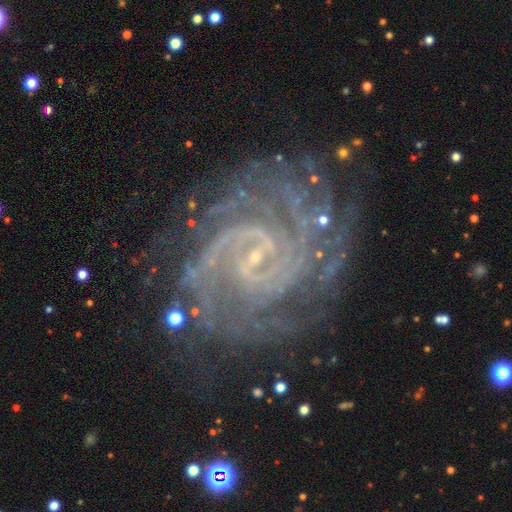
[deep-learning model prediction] This appears to be a featured or disk galaxy (90%) with a weak bar (45%), 2 (42%) tight (63%) spiral arms (98%) and a small central bulge (77%). Merging: none (75%).